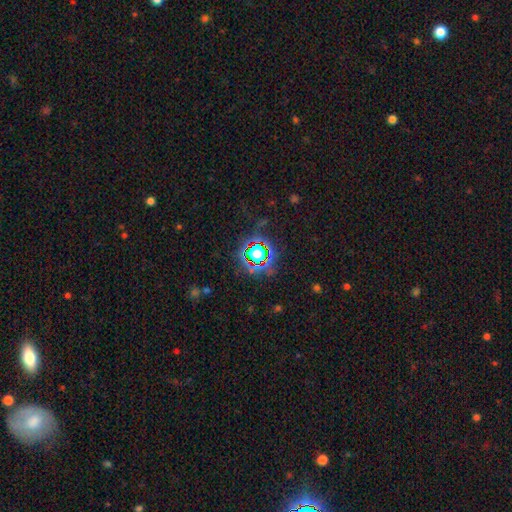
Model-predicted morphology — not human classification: Smooth or featured: star or artifact — 68% (smooth — 21%)